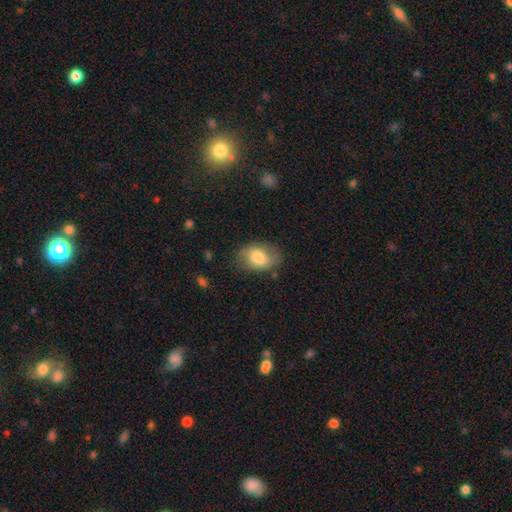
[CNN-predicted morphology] Q: Smooth or featured?
A: smooth (73%); runner-up: featured or disk (19%)
Q: How rounded?
A: in between (84%); runner-up: round (14%)
Q: Merging?
A: none (74%); runner-up: minor disturbance (19%)